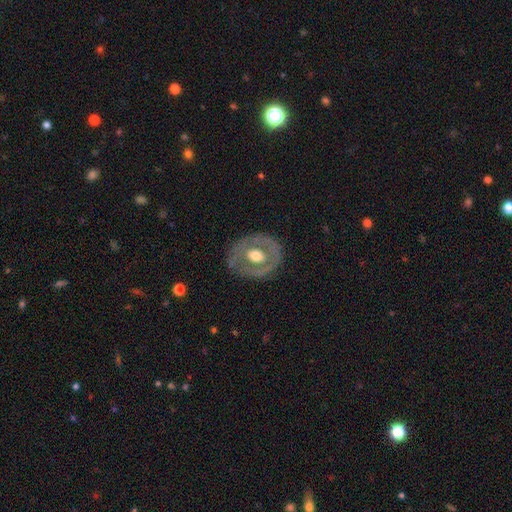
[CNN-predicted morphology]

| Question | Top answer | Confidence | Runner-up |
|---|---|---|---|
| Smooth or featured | featured or disk | 59% | smooth (35%) |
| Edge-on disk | no | 94% | yes (6%) |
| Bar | no | 75% | weak (18%) |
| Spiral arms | no | 83% | yes (17%) |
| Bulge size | moderate | 67% | large (23%) |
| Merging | none | 76% | minor disturbance (16%) |